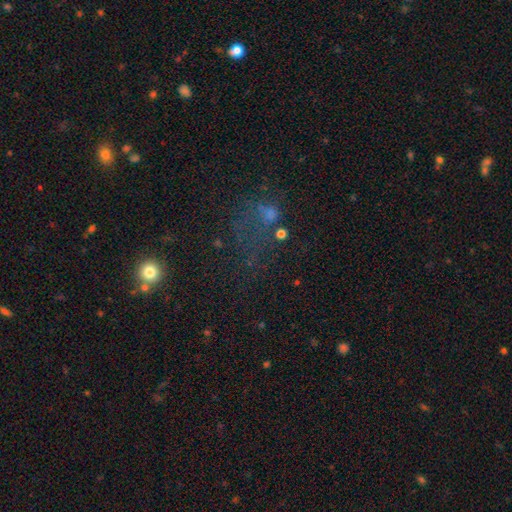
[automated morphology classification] type=star or artifact (49%).